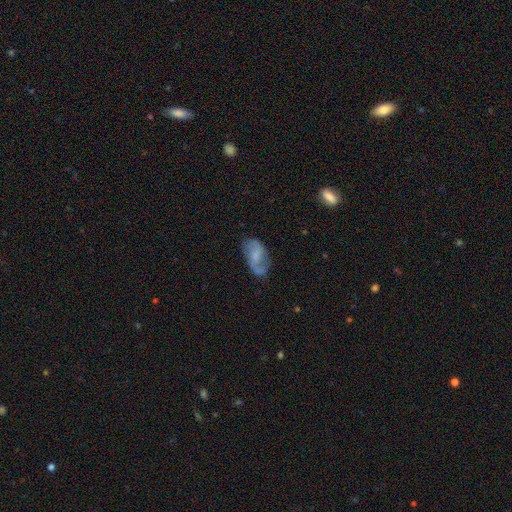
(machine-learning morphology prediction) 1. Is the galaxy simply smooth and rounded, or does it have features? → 60% featured or disk, 33% smooth, 7% star or artifact.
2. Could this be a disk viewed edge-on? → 96% no, 4% yes.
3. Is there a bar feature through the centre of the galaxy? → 48% no, 43% weak, 9% strong.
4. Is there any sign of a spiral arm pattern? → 85% yes, 15% no.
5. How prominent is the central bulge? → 45% small, 34% moderate, 17% none, 3% large, 1% dominant.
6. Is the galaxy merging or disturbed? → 60% none, 26% minor disturbance, 12% major disturbance, 3% merger.